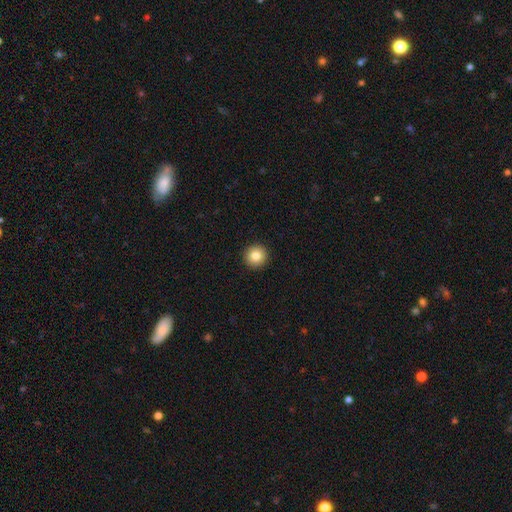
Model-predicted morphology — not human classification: This is clearly a smooth galaxy (83%). How rounded: clearly round (95%). Merging: clearly none (94%).